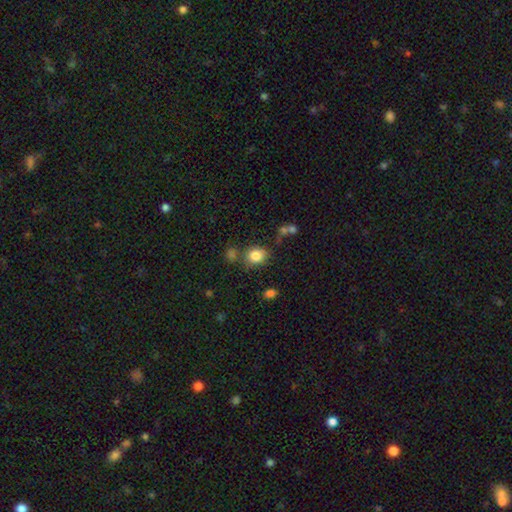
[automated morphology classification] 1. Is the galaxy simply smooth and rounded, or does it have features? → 82% smooth, 11% star or artifact, 7% featured or disk.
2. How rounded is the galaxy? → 68% round, 31% in between, 1% cigar-shaped.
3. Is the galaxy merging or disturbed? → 72% none, 15% minor disturbance, 8% merger, 5% major disturbance.